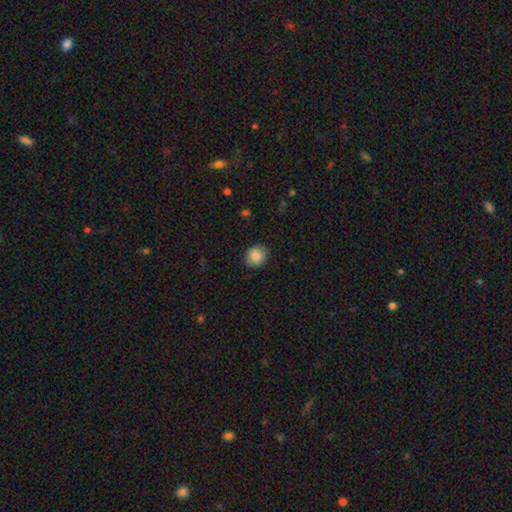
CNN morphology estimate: This is clearly a smooth galaxy (87%). How rounded: likely round (79%). Merging: clearly none (87%).